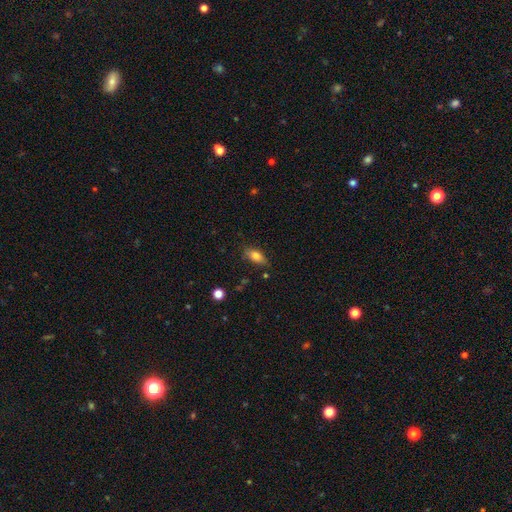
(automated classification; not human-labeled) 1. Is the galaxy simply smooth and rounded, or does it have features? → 79% smooth, 12% featured or disk, 9% star or artifact.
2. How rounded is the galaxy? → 84% in between, 11% cigar-shaped, 5% round.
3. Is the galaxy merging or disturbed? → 75% none, 19% minor disturbance, 4% major disturbance, 2% merger.